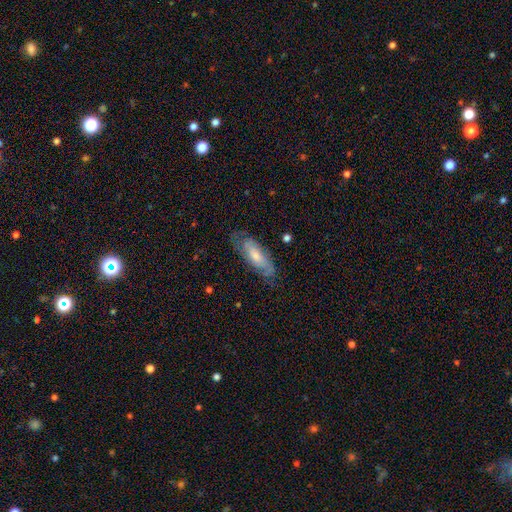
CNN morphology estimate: featured or disk 55%, smooth 38%, star or artifact 6%. Down the decision tree: edge-on disk — no (79%); merging — none (70%).